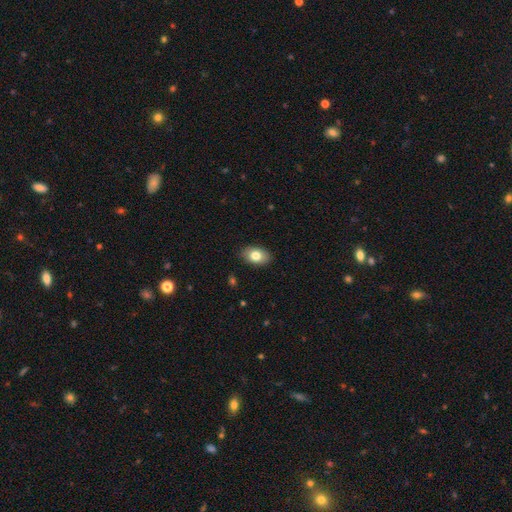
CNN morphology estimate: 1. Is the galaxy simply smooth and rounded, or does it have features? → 79% smooth, 13% featured or disk, 8% star or artifact.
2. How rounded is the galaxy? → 88% in between, 11% round, 1% cigar-shaped.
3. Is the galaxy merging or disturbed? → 87% none, 9% minor disturbance, 2% major disturbance, 1% merger.